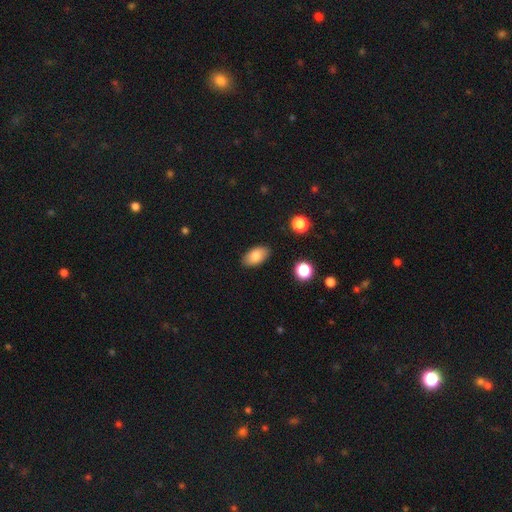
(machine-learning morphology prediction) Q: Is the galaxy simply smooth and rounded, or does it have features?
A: smooth — 82%.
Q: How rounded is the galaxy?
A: in between — 92%.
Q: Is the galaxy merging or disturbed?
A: none — 87%.